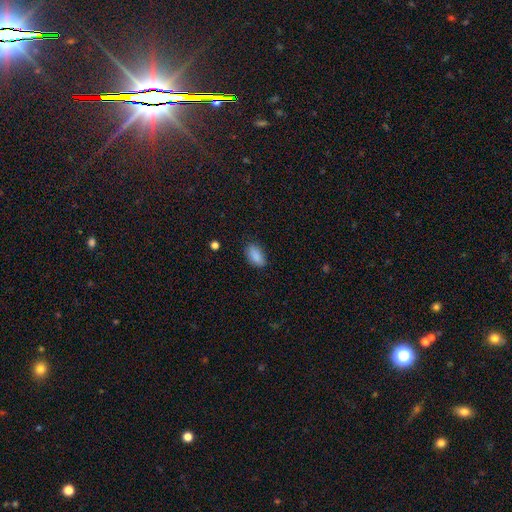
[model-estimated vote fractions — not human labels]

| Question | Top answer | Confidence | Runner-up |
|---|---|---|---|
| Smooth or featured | smooth | 88% | star or artifact (8%) |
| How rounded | in between | 92% | round (4%) |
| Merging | none | 82% | minor disturbance (13%) |